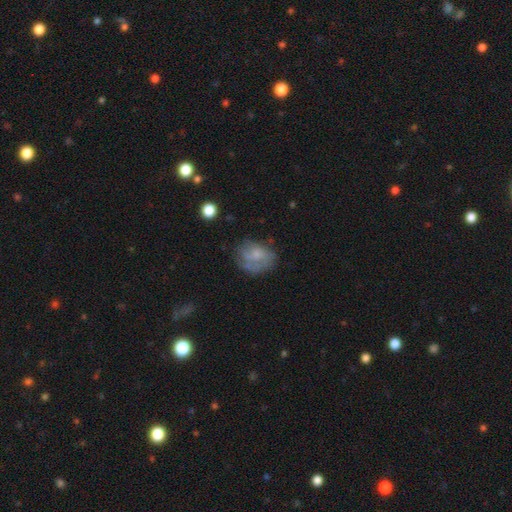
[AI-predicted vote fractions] Overall: smooth (48%; featured or disk 43%). Merging: none (52%; minor disturbance 26%).